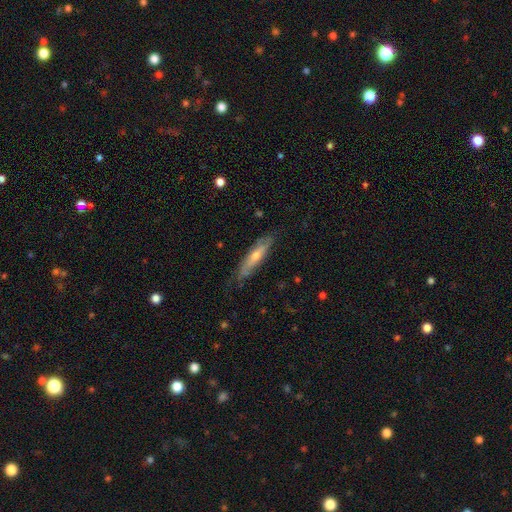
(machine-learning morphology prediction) Smooth or featured?
  - featured or disk: 55% *
  - smooth: 39%
  - star or artifact: 6%
Edge-on disk?
  - yes: 62% *
  - no: 38%
Merging?
  - none: 72% *
  - minor disturbance: 22%
  - major disturbance: 5%
  - merger: 1%